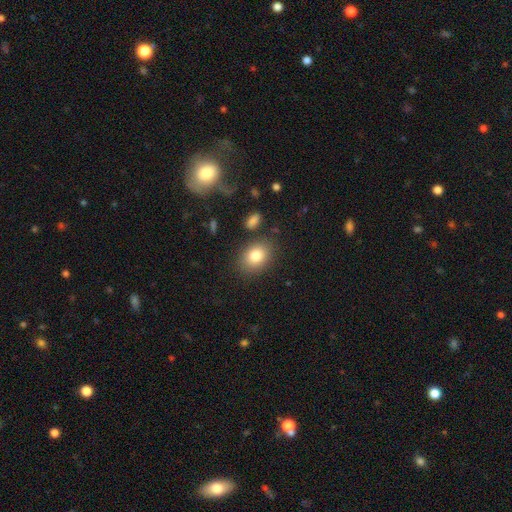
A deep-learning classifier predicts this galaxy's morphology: A smooth galaxy with no disk features (82%) that is in between round and cigar-shaped (66%).

Vote fractions:
- Smooth or featured? smooth: 82% / star or artifact: 9% / featured or disk: 9%
- How rounded? in between: 66% / round: 33% / cigar-shaped: 1%
- Merging? none: 82% / minor disturbance: 11% / major disturbance: 4% / merger: 3%